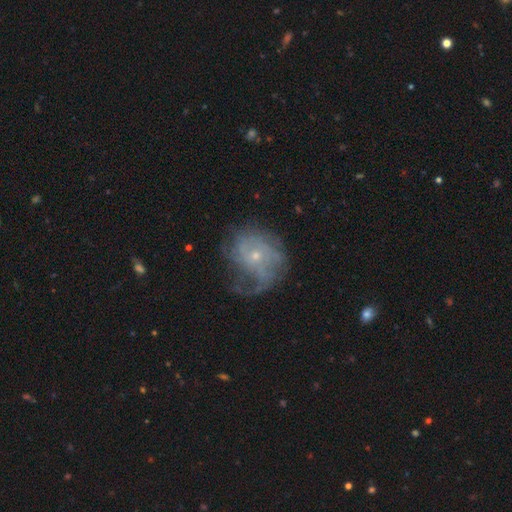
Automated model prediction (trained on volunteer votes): Overall: featured or disk (67%). Edge-on disk: no (97%). Bar: no (79%). Spiral arms: yes (74%). Bulge size: small (75%). Merging: none (42%; major disturbance 31%).